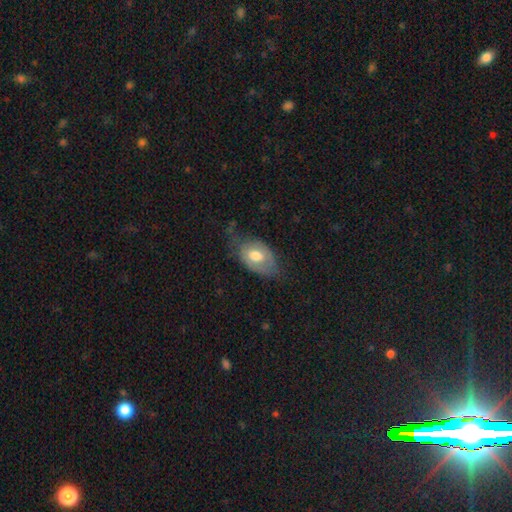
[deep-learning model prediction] smooth-or-featured: smooth: 59% | featured or disk: 35% | star or artifact: 6%
  how-rounded: in between: 88% | round: 11% | cigar-shaped: 1%
  merging: none: 53% | minor disturbance: 33% | major disturbance: 12% | merger: 2%